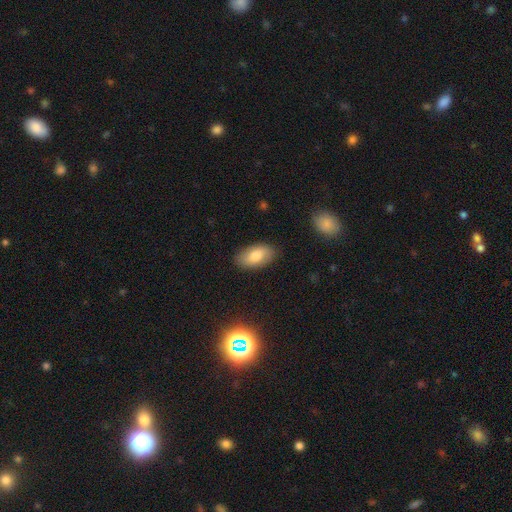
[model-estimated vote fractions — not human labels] This appears to be a smooth galaxy with no disk features (77%) that is in between round and cigar-shaped (94%). Merging: none (85%).